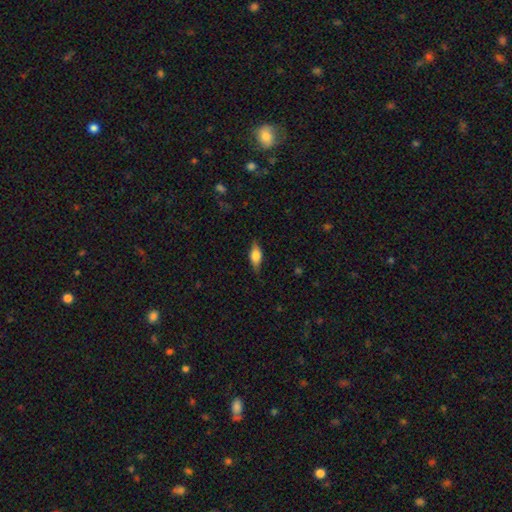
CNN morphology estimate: This is possibly a smooth galaxy (57%). How rounded: likely in between (73%). Merging: likely none (80%).